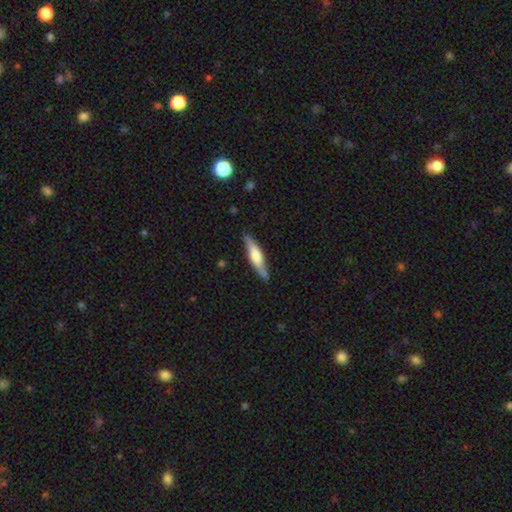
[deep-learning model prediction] Q: Smooth or featured?
A: smooth (51%); runner-up: featured or disk (44%)
Q: How rounded?
A: cigar-shaped (81%); runner-up: in between (17%)
Q: Merging?
A: none (84%); runner-up: minor disturbance (13%)